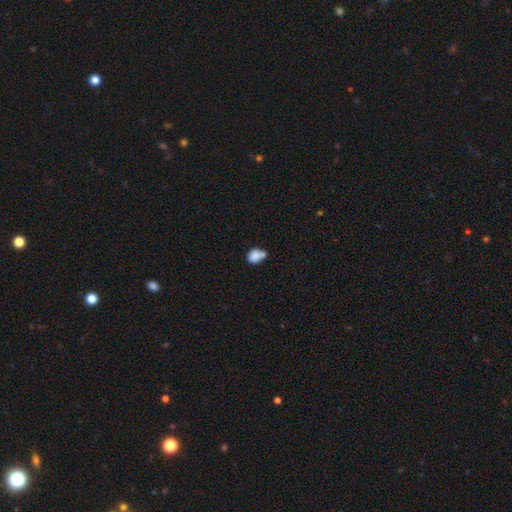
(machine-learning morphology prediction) The model was most divided on "how rounded": round: 51%, in between: 47%, cigar-shaped: 1%. Remaining: smooth or featured — smooth (83%); merging — none (40%).